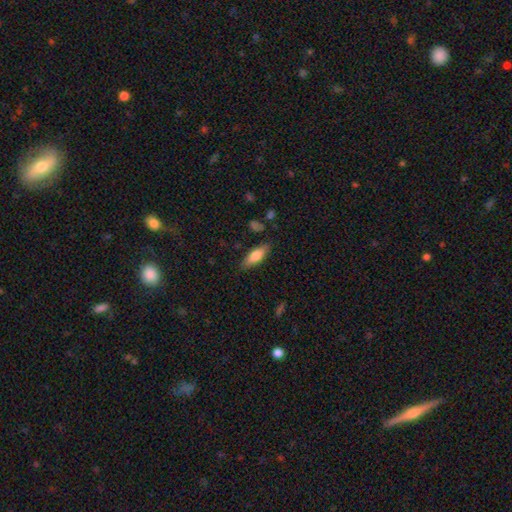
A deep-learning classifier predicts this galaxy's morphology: Smooth or featured? smooth (71%)
How rounded? in between (51%)
Merging? none (84%)